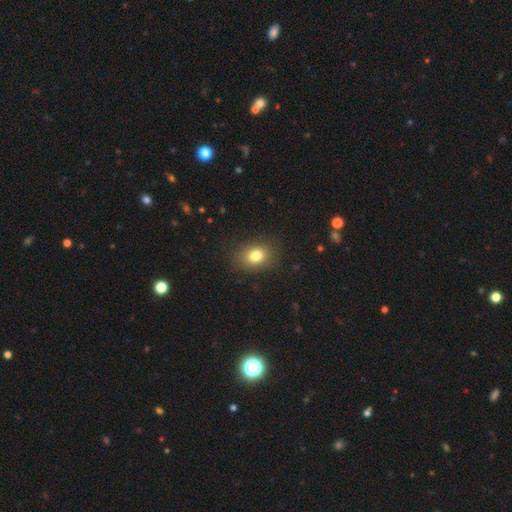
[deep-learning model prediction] Morphology: type=smooth (80%); roundness=in between (63%); merging=none (85%).